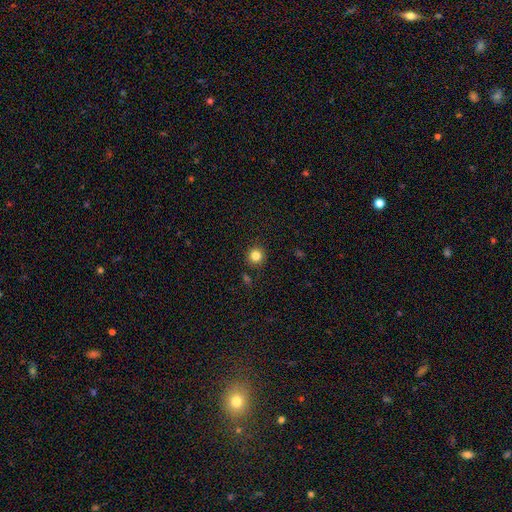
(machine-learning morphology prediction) Smooth or featured? Predicted: smooth (p=0.83). How rounded? Predicted: round (p=0.94). Merging? Predicted: none (p=0.89).